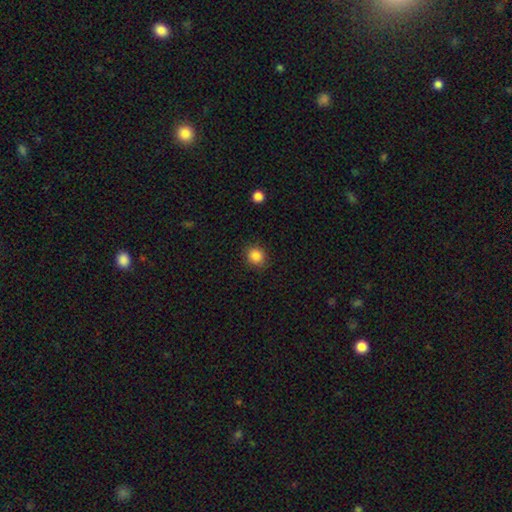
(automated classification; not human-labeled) The model was most divided on "how rounded": round: 82%, in between: 17%, cigar-shaped: 1%. More confident: merging — none (88%); smooth or featured — smooth (86%).